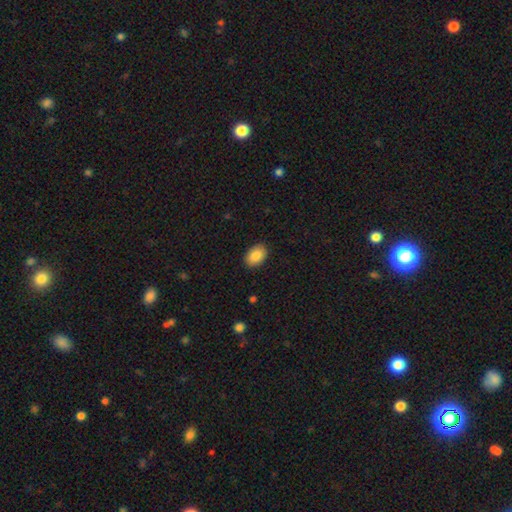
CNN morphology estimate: Smooth or featured? smooth (86%)
How rounded? in between (84%)
Merging? none (88%)